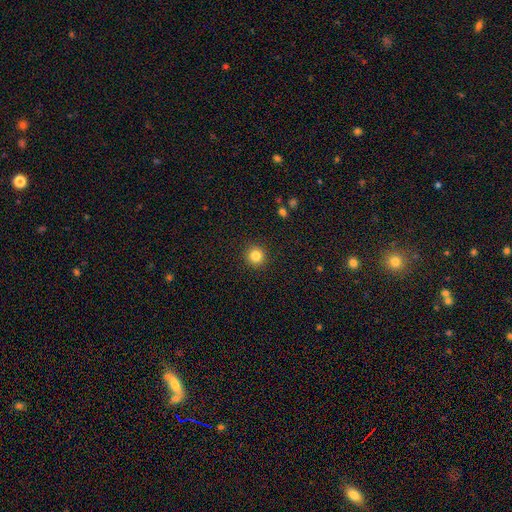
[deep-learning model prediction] Smooth or featured? smooth (84%)
How rounded? round (94%)
Merging? none (92%)